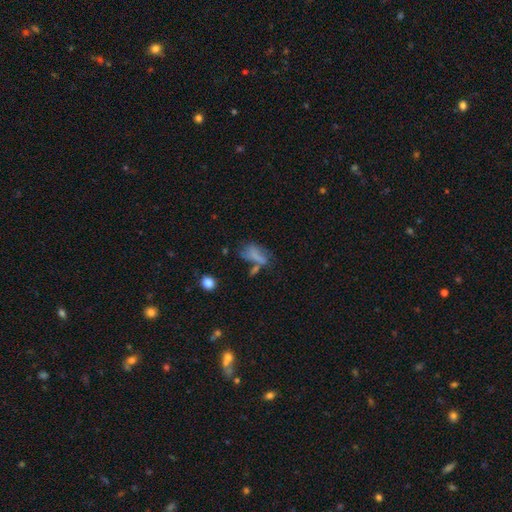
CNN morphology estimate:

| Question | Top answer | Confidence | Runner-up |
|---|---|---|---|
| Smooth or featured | smooth | 63% | featured or disk (22%) |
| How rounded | in between | 78% | cigar-shaped (13%) |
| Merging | none | 31% | major disturbance (26%) |